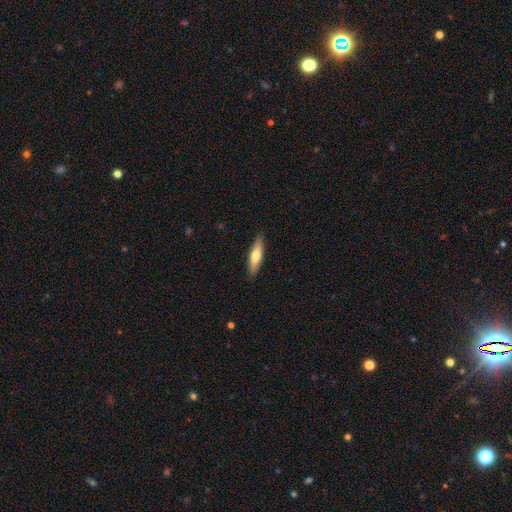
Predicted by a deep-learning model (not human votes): This is likely a smooth galaxy (64%). How rounded: likely cigar-shaped (74%). Merging: clearly none (88%).